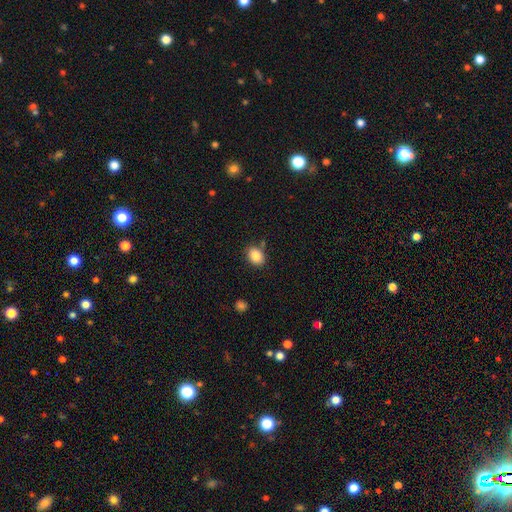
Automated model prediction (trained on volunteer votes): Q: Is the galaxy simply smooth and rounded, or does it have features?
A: smooth — 86%.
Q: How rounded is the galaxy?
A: in between — 64%.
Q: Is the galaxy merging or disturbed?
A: none — 79%.